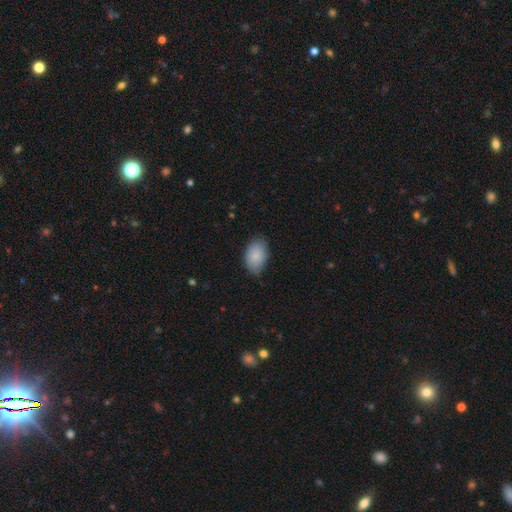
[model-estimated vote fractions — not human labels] Morphology: type=smooth (85%); roundness=in between (90%); merging=none (74%).